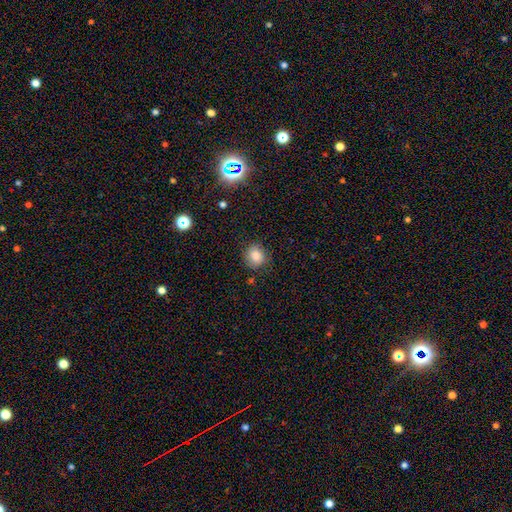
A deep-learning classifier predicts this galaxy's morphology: Smooth or featured? Predicted: smooth (p=0.84). How rounded? Predicted: round (p=0.75). Merging? Predicted: none (p=0.81).